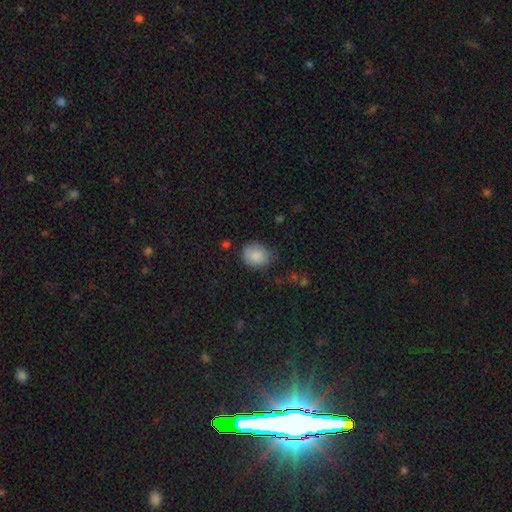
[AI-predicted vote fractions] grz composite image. It shows a smooth galaxy with no disk features (87%) that is round (54%). Merging: none (70%).